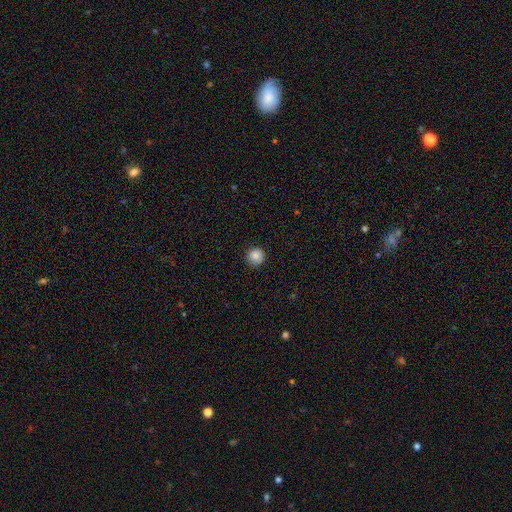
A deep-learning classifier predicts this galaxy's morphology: Q: Smooth or featured?
A: smooth (86%); runner-up: star or artifact (10%)
Q: How rounded?
A: round (95%); runner-up: in between (4%)
Q: Merging?
A: none (90%); runner-up: minor disturbance (7%)